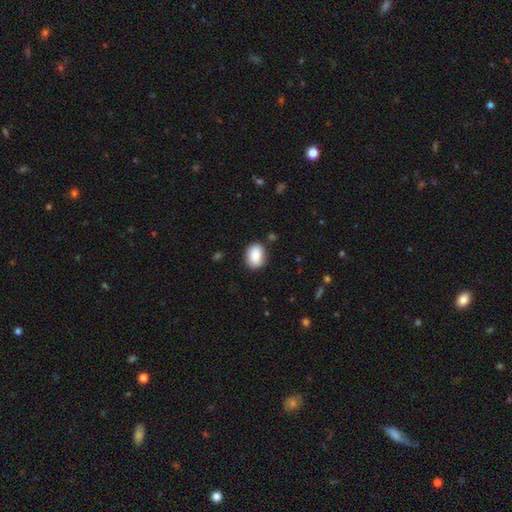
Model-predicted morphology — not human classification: type=smooth (86%); roundness=in between (70%); merging=none (82%).